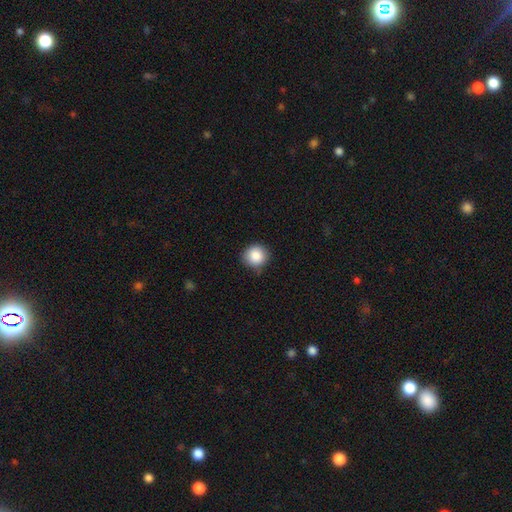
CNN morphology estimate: This appears to be a smooth galaxy with no disk features (87%) that is round (92%). Merging: none (80%).